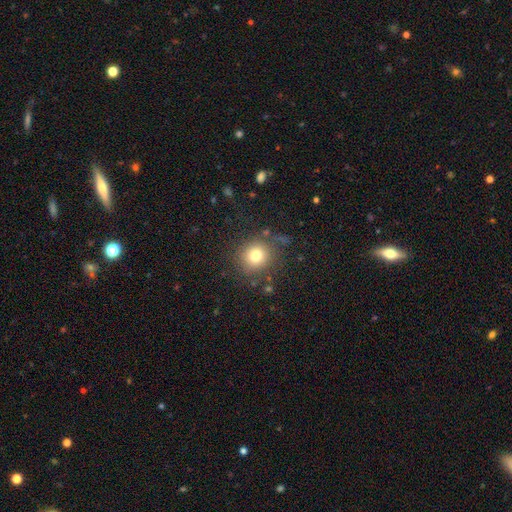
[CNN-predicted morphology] Smooth or featured? smooth (76%)
How rounded? round (90%)
Merging? none (82%)